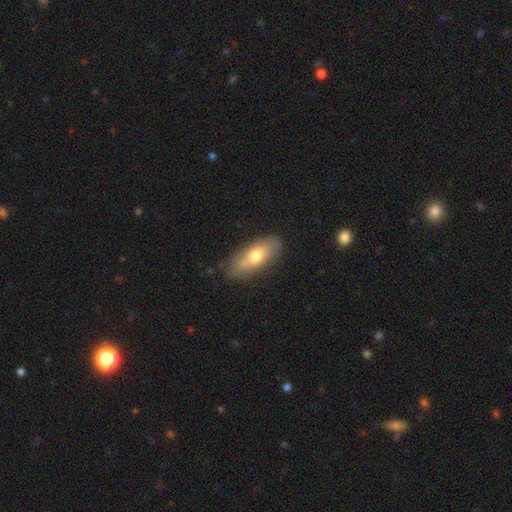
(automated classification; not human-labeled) A smooth galaxy with no disk features (65%) that is in between round and cigar-shaped (77%).

Vote fractions:
- Smooth or featured? smooth: 65% / featured or disk: 29% / star or artifact: 6%
- How rounded? in between: 77% / cigar-shaped: 20% / round: 3%
- Merging? none: 72% / minor disturbance: 19% / major disturbance: 4% / merger: 4%